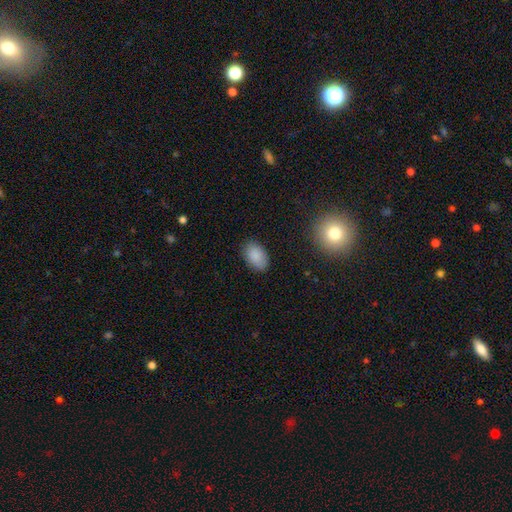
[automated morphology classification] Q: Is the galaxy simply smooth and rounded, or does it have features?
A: smooth — 87%.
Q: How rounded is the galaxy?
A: in between — 90%.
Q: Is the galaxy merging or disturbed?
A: none — 85%.